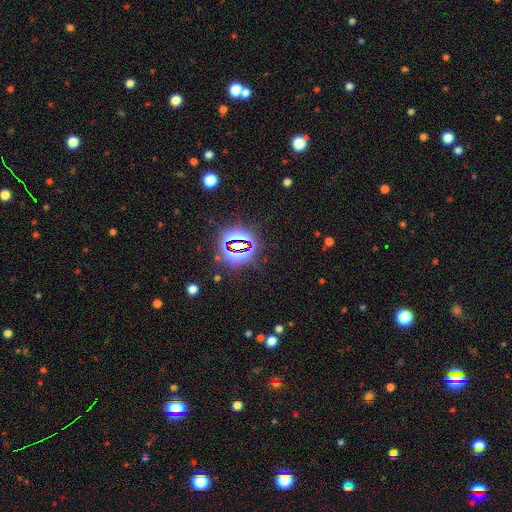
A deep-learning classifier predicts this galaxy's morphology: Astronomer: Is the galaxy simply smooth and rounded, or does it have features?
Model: star or artifact — 82%.